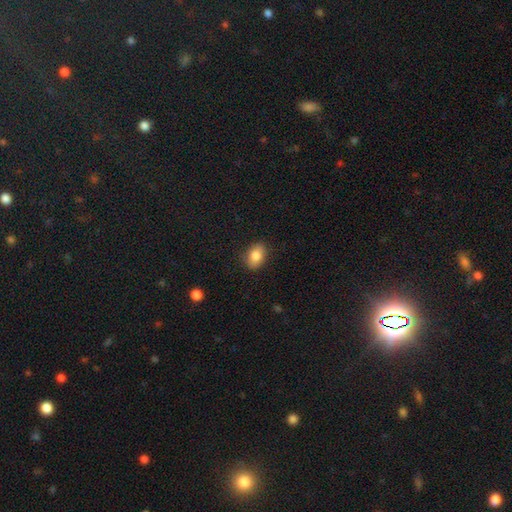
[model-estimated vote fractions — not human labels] smooth 84%, featured or disk 8%, star or artifact 8%. Down the decision tree: how rounded — in between (79%); merging — none (86%).